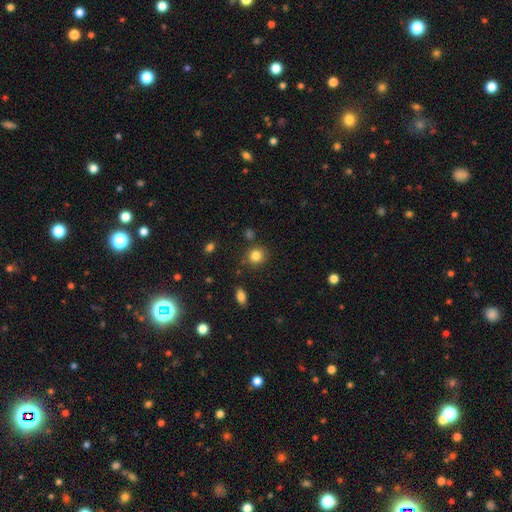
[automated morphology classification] The model was most divided on "merging": none: 83%, minor disturbance: 10%, merger: 4%, major disturbance: 3%. More confident: how rounded — round (86%); smooth or featured — smooth (83%).